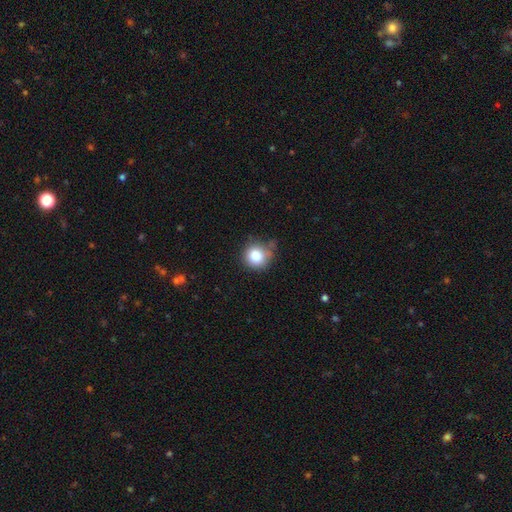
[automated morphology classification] smooth-or-featured: smooth: 82% | star or artifact: 11% | featured or disk: 7%
  how-rounded: round: 89% | in between: 10% | cigar-shaped: 1%
  merging: none: 69% | minor disturbance: 21% | major disturbance: 6% | merger: 5%